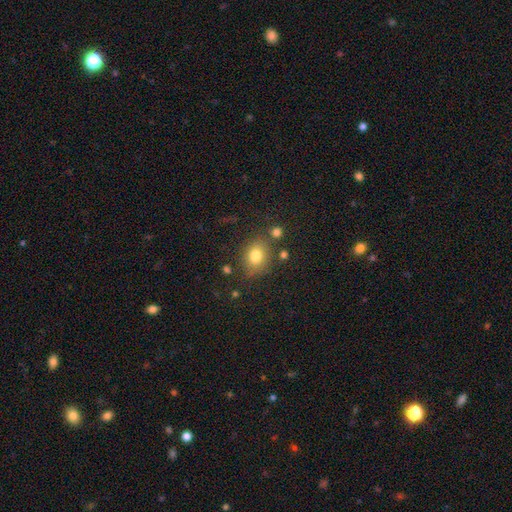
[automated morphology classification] Smooth or featured? Predicted: smooth (p=0.79). How rounded? Predicted: in between (p=0.50). Merging? Predicted: none (p=0.75).